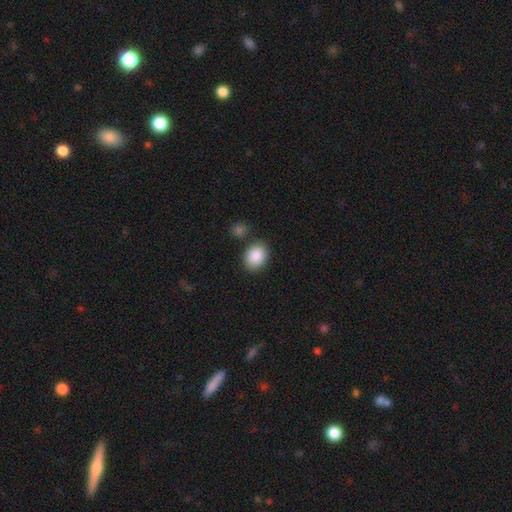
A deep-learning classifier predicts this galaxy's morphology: smooth_or_featured: smooth (p=0.88) [alt: star or artifact p=0.07]
how_rounded: in between (p=0.59) [alt: round p=0.40]
merging: none (p=0.78) [alt: minor disturbance p=0.11]